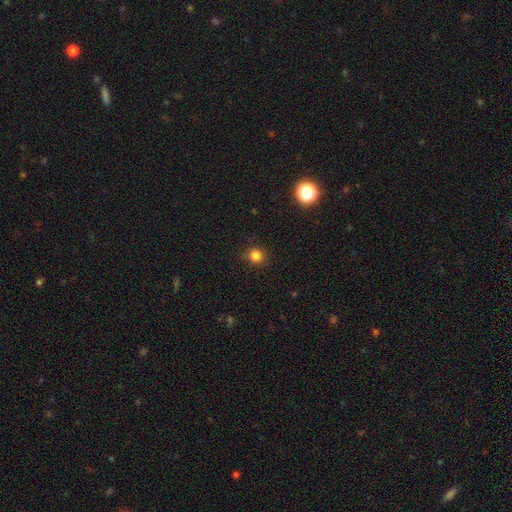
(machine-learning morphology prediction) Smooth or featured?
  - smooth: 82% *
  - star or artifact: 14%
  - featured or disk: 4%
How rounded?
  - round: 88% *
  - in between: 11%
  - cigar-shaped: 1%
Merging?
  - none: 88% *
  - minor disturbance: 9%
  - major disturbance: 3%
  - merger: 1%